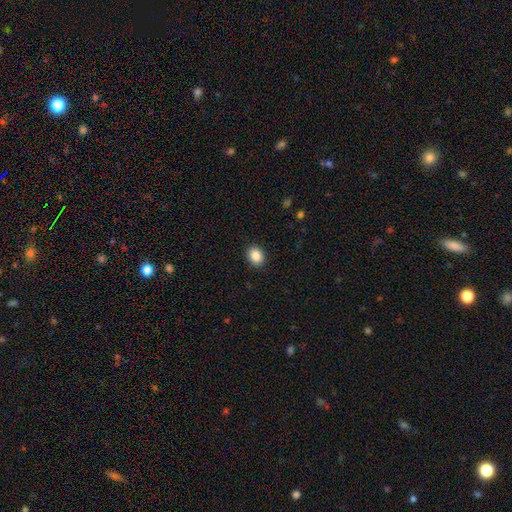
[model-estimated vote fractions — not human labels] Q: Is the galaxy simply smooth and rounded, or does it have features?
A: smooth — 88%.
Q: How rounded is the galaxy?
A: in between — 51%.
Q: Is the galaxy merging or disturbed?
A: none — 90%.